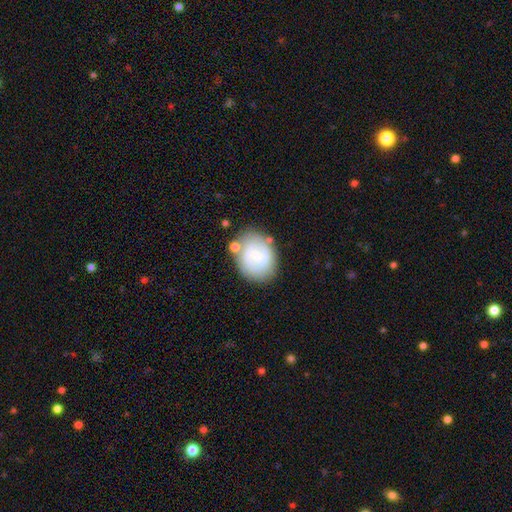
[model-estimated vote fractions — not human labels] A featured or disk galaxy (55%) with a weak bar (49%), spiral arms (81%) and a small central bulge (59%).

Vote fractions:
- Smooth or featured? featured or disk: 55% / smooth: 37% / star or artifact: 8%
- Edge-on disk? no: 97% / yes: 3%
- Bar? weak: 49% / no: 37% / strong: 15%
- Spiral arms? yes: 81% / no: 19%
- Bulge size? small: 59% / none: 22% / moderate: 16% / large: 2% / dominant: 1%
- Merging? none: 69% / minor disturbance: 17% / merger: 8% / major disturbance: 6%